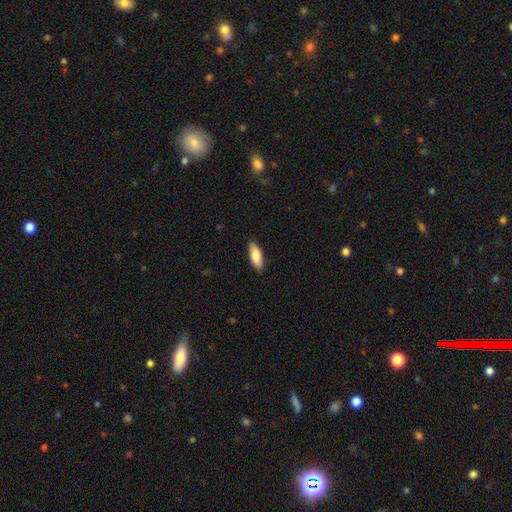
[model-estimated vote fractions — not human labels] Overall: smooth (86%). How rounded: in between (77%). Merging: none (87%).